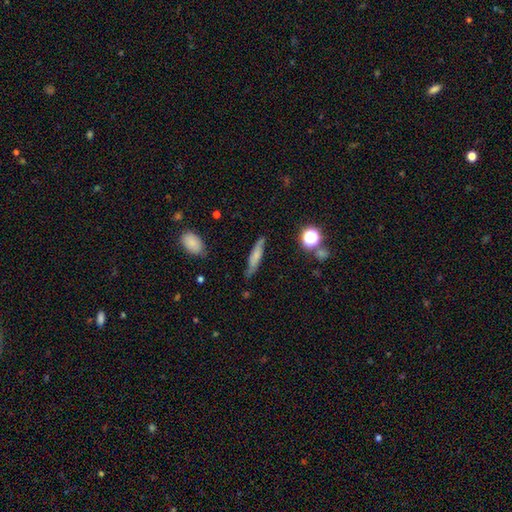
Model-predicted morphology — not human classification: Smooth or featured: smooth — 59% (featured or disk — 32%)
How rounded: cigar-shaped — 81% (in between — 16%)
Merging: none — 76% (minor disturbance — 18%)